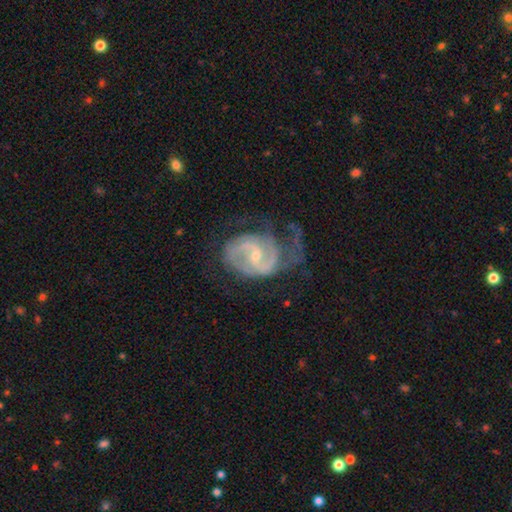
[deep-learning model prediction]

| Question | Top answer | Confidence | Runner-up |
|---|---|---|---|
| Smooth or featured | featured or disk | 88% | smooth (7%) |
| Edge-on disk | no | 98% | yes (2%) |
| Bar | weak | 53% | no (28%) |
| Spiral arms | yes | 95% | no (5%) |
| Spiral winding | medium | 48% | tight (35%) |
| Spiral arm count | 2 | 71% | can't tell (13%) |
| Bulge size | small | 67% | moderate (30%) |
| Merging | none | 39% | major disturbance (31%) |